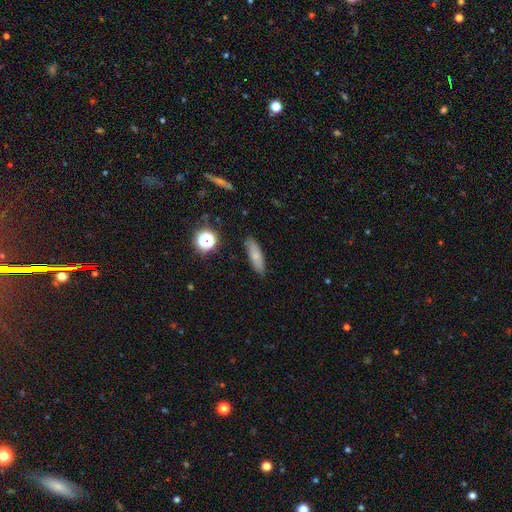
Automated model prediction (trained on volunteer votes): Smooth or featured?
  - smooth: 74% *
  - featured or disk: 16%
  - star or artifact: 10%
How rounded?
  - cigar-shaped: 57% *
  - in between: 40%
  - round: 4%
Merging?
  - none: 86% *
  - minor disturbance: 10%
  - major disturbance: 2%
  - merger: 2%